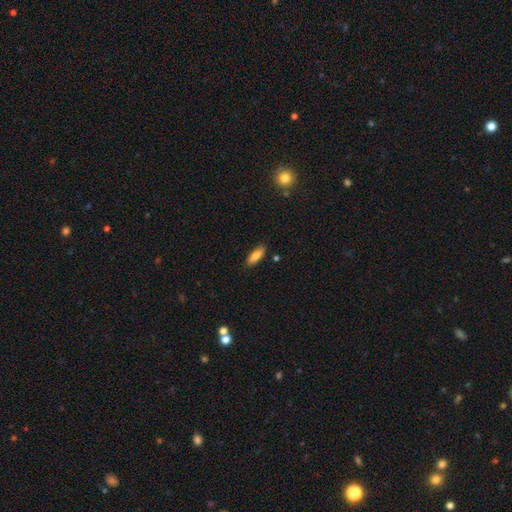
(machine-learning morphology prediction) Smooth or featured?
  - smooth: 81% *
  - featured or disk: 12%
  - star or artifact: 7%
How rounded?
  - in between: 71% *
  - cigar-shaped: 27%
  - round: 2%
Merging?
  - none: 86% *
  - minor disturbance: 10%
  - major disturbance: 2%
  - merger: 2%